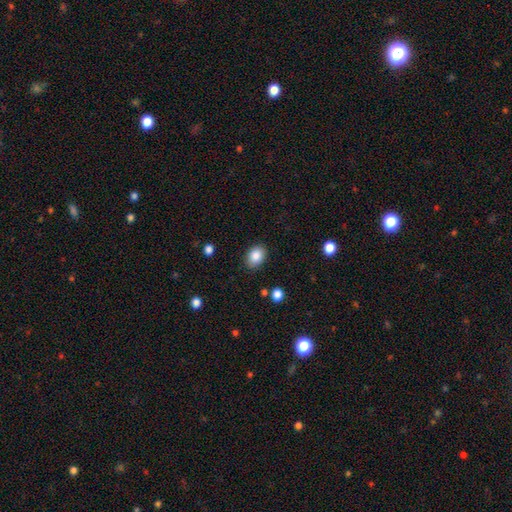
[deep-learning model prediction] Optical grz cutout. It shows a smooth galaxy with no disk features (87%) that is in between round and cigar-shaped (68%). Merging: none (85%).